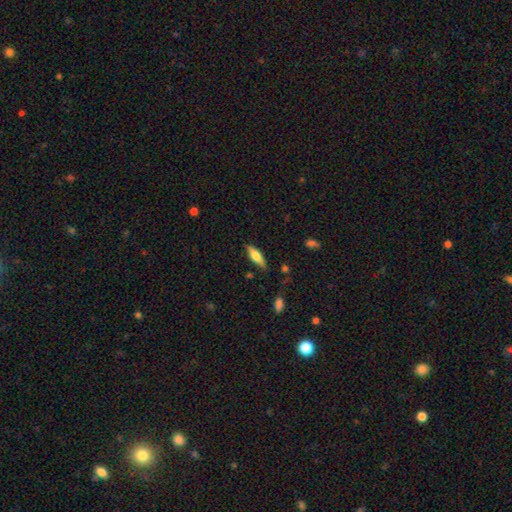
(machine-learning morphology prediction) Smooth or featured: smooth — 54% (featured or disk — 39%)
How rounded: cigar-shaped — 50% (in between — 48%)
Merging: none — 81% (minor disturbance — 14%)